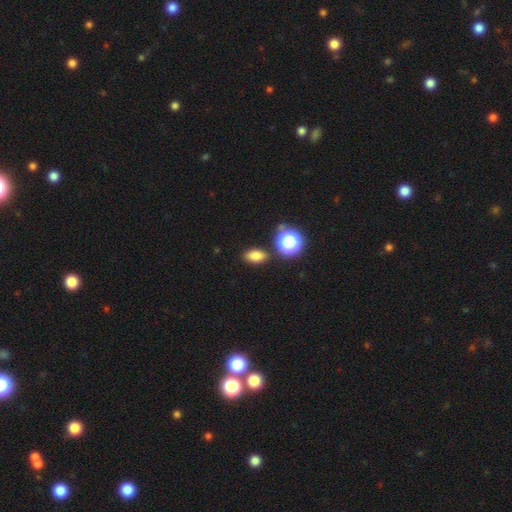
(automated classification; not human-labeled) This is likely a smooth galaxy (79%). How rounded: likely in between (79%). Merging: clearly none (82%).